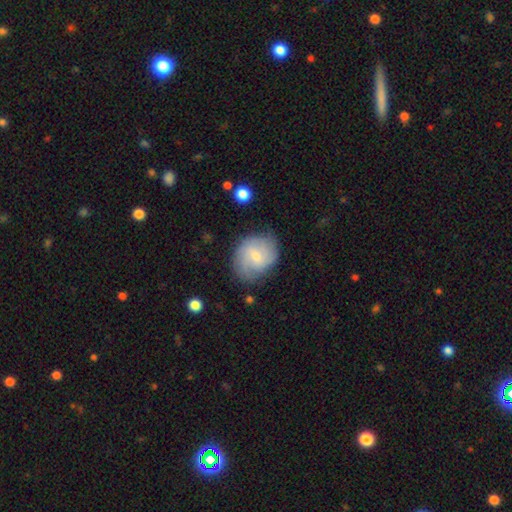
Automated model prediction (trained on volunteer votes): Overall: smooth (47%; featured or disk 46%). Merging: none (65%).